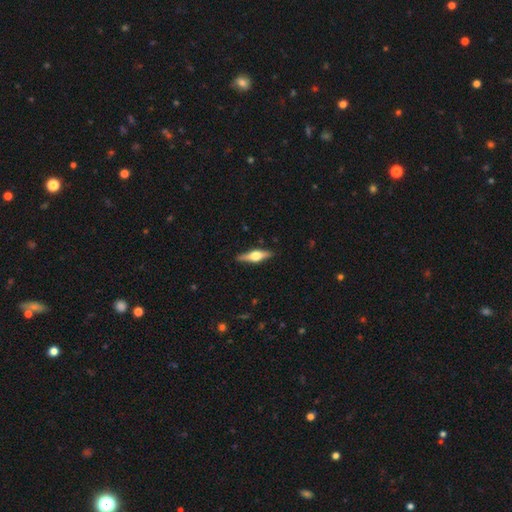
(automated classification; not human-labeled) Smooth or featured? featured or disk (66%)
Edge-on disk? yes (96%)
Edge-on bulge? rounded (94%)
Merging? none (89%)